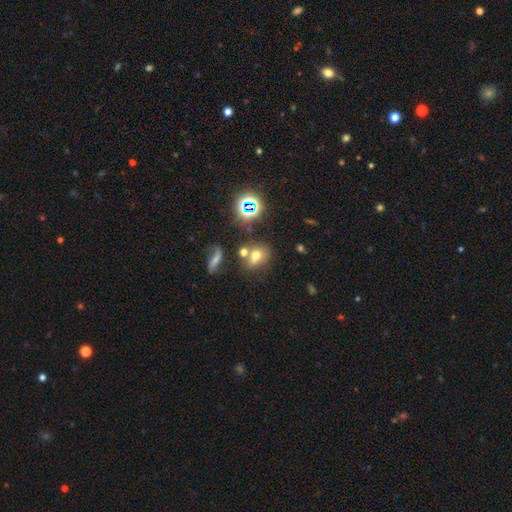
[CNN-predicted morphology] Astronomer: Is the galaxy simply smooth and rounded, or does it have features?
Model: smooth — 61%.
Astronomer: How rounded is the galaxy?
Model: round — 56% (runner-up: in between, 42%).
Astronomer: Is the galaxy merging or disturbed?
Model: none — 50% (runner-up: merger, 29%).